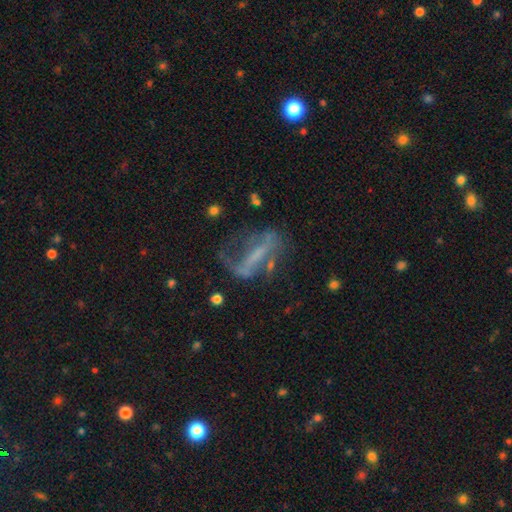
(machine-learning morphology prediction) smooth_or_featured: featured or disk (p=0.64) [alt: smooth p=0.22]
disk_edge_on: no (p=0.79) [alt: yes p=0.21]
bar: strong (p=0.52) [alt: no p=0.24]
has_spiral_arms: yes (p=0.53) [alt: no p=0.47]
bulge_size: none (p=0.50) [alt: small p=0.31]
merging: none (p=0.39) [alt: major disturbance p=0.36]